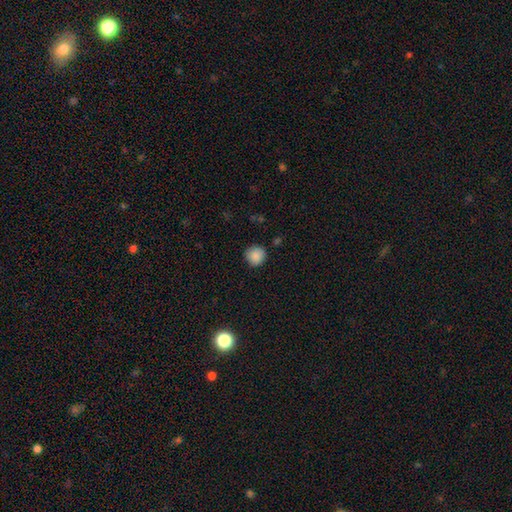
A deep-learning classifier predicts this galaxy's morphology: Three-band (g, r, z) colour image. It shows a smooth galaxy with no disk features (88%) that is round (93%). Merging: none (86%).